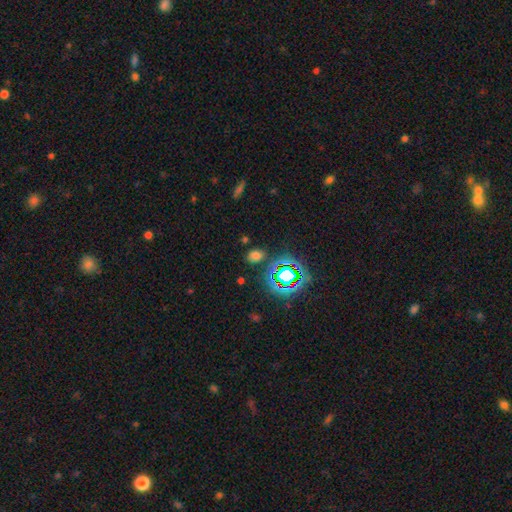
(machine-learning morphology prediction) Overall: smooth (62%; star or artifact 32%). How rounded: in between (65%; round 34%). Merging: none (81%).